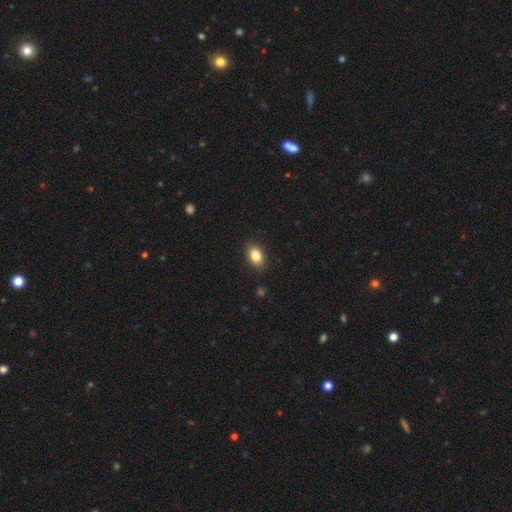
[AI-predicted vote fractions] A smooth galaxy with no disk features (85%) that is in between round and cigar-shaped (84%). Merging: none (88%).